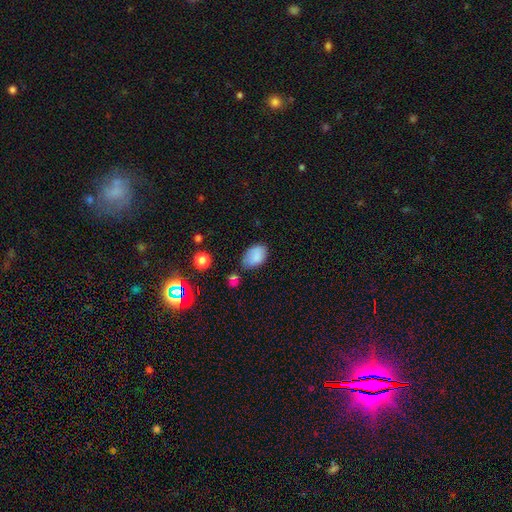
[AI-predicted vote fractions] Smooth or featured? smooth (83%)
How rounded? in between (88%)
Merging? none (57%)